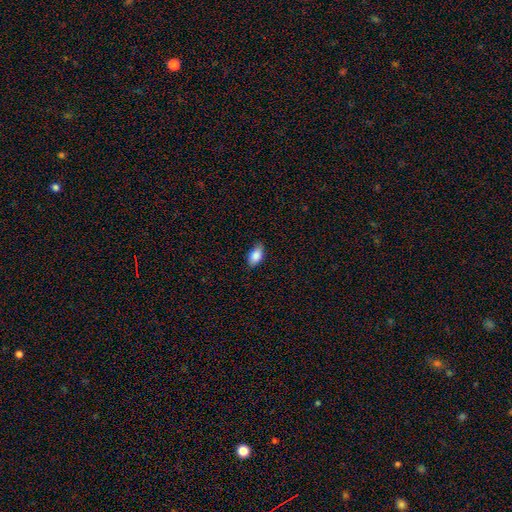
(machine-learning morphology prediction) Smooth or featured?
  - smooth: 87% *
  - star or artifact: 7%
  - featured or disk: 6%
How rounded?
  - in between: 92% *
  - round: 5%
  - cigar-shaped: 3%
Merging?
  - none: 82% *
  - minor disturbance: 14%
  - major disturbance: 2%
  - merger: 1%